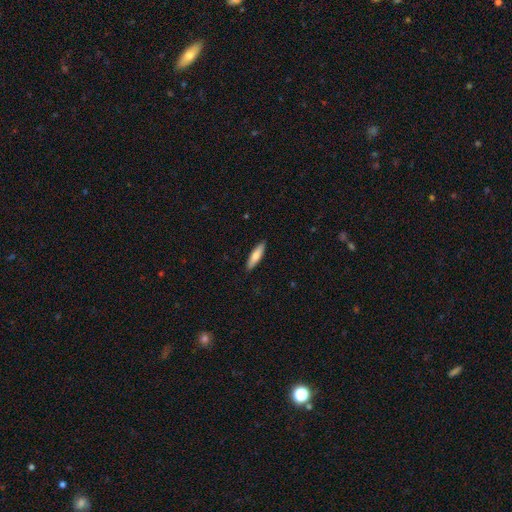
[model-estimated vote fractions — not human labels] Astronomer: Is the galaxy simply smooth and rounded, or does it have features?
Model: smooth — 74%.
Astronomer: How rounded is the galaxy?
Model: cigar-shaped — 68%.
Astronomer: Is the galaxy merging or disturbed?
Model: none — 90%.